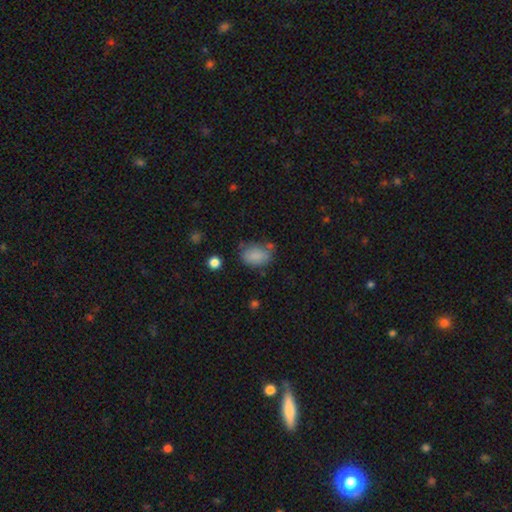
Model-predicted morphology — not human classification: smooth 85%, star or artifact 9%, featured or disk 6%. Down the decision tree: how rounded — in between (84%); merging — none (60%).